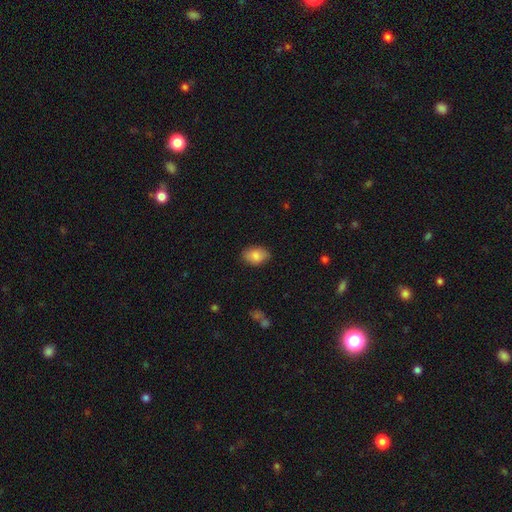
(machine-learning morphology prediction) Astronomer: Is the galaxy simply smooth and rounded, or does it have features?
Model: smooth — 85%.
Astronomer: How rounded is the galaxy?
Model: in between — 87%.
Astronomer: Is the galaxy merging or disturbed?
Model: none — 82%.